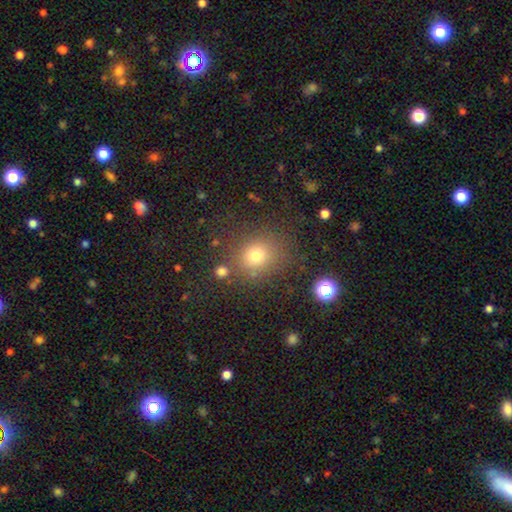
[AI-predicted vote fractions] Smooth or featured? smooth (74%)
How rounded? round (79%)
Merging? none (78%)